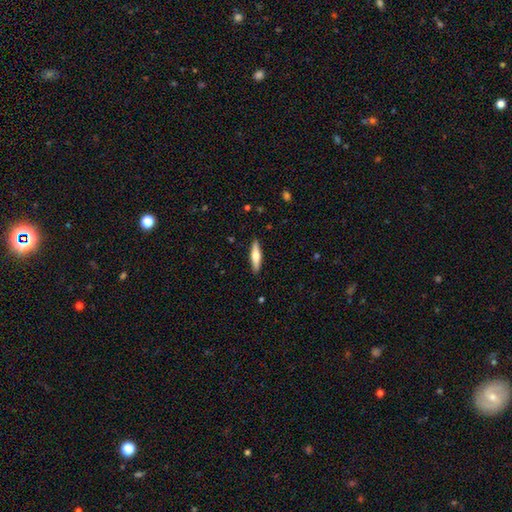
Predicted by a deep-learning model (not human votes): Smooth or featured: smooth — 59% (featured or disk — 36%)
How rounded: cigar-shaped — 76% (in between — 22%)
Merging: none — 90% (minor disturbance — 7%)